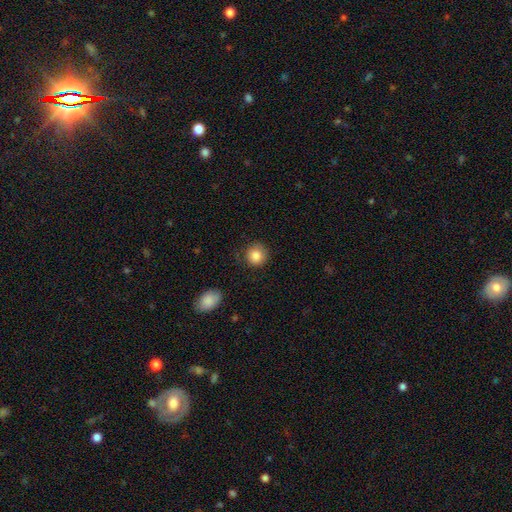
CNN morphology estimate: Smooth or featured?
  - smooth: 86% *
  - star or artifact: 9%
  - featured or disk: 5%
How rounded?
  - round: 91% *
  - in between: 8%
  - cigar-shaped: 1%
Merging?
  - none: 82% *
  - minor disturbance: 13%
  - major disturbance: 3%
  - merger: 1%